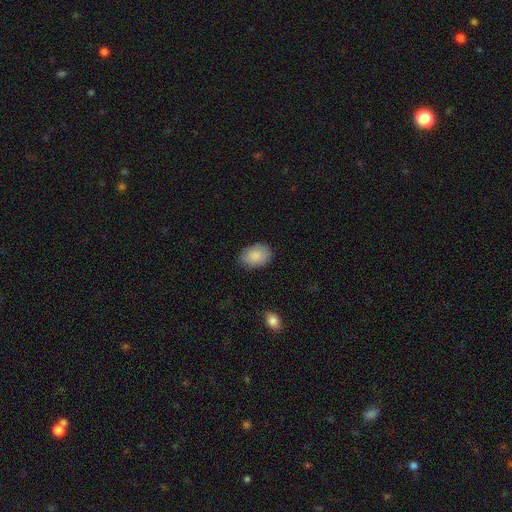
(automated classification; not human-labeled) Smooth or featured?
  - smooth: 88% *
  - star or artifact: 6%
  - featured or disk: 6%
How rounded?
  - in between: 86% *
  - round: 13%
  - cigar-shaped: 1%
Merging?
  - none: 82% *
  - minor disturbance: 14%
  - major disturbance: 3%
  - merger: 1%